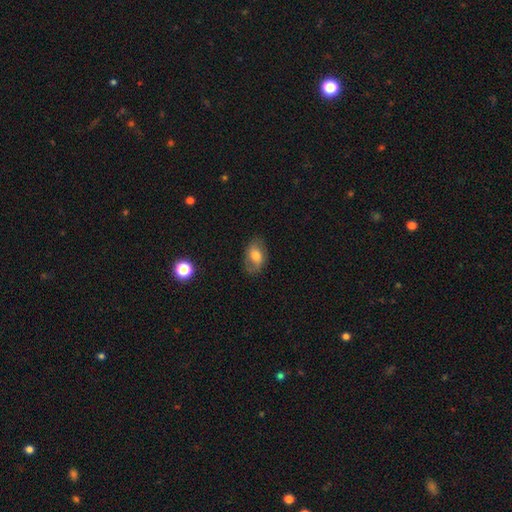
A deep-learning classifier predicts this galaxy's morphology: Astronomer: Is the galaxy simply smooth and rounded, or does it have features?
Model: smooth — 57% (runner-up: featured or disk, 34%).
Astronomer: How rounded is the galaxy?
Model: in between — 83%.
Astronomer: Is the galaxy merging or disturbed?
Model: none — 75%.